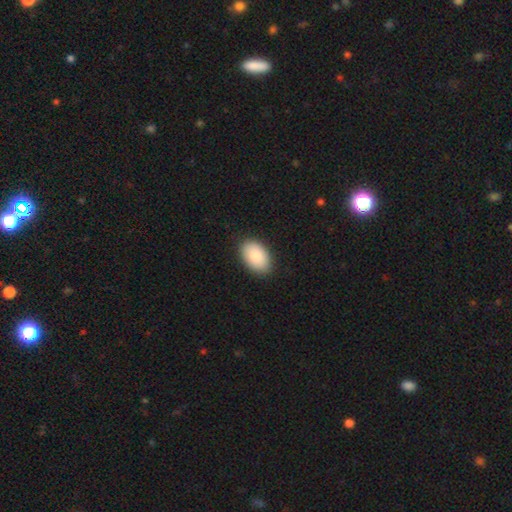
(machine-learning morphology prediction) Q: Smooth or featured?
A: smooth (89%); runner-up: star or artifact (6%)
Q: How rounded?
A: in between (92%); runner-up: round (6%)
Q: Merging?
A: none (88%); runner-up: minor disturbance (9%)